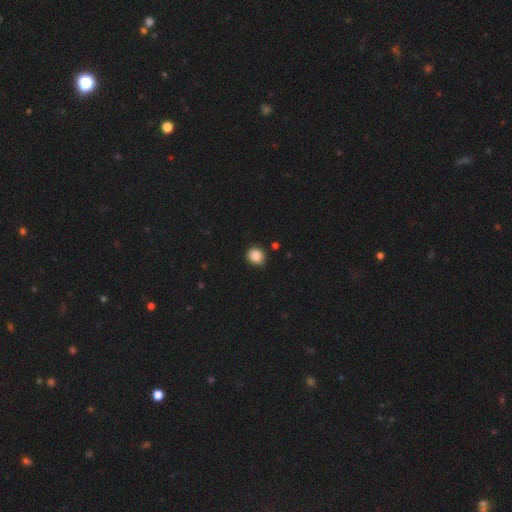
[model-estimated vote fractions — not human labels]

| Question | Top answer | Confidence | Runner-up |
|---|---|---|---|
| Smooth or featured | smooth | 87% | star or artifact (10%) |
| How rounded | round | 88% | in between (11%) |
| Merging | none | 84% | minor disturbance (12%) |